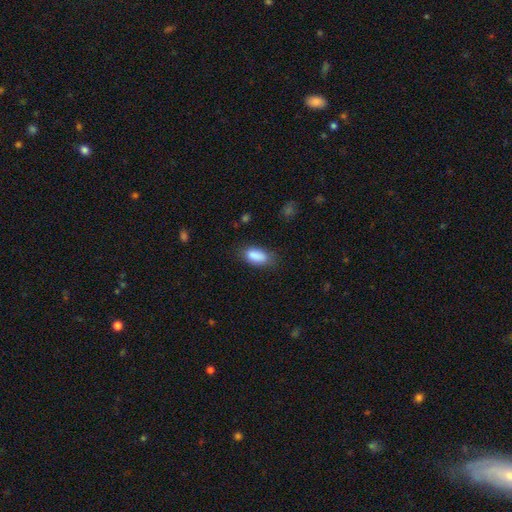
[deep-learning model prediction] Smooth or featured? smooth (88%)
How rounded? in between (89%)
Merging? none (75%)